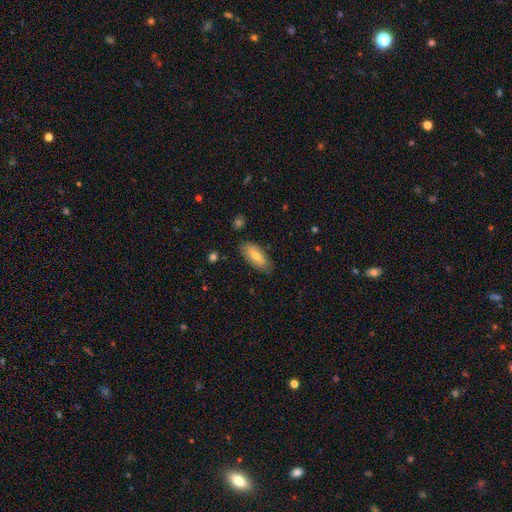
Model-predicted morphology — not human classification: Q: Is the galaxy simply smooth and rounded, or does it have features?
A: smooth — 62%.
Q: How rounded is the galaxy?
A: in between — 81%.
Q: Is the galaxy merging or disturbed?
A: none — 81%.